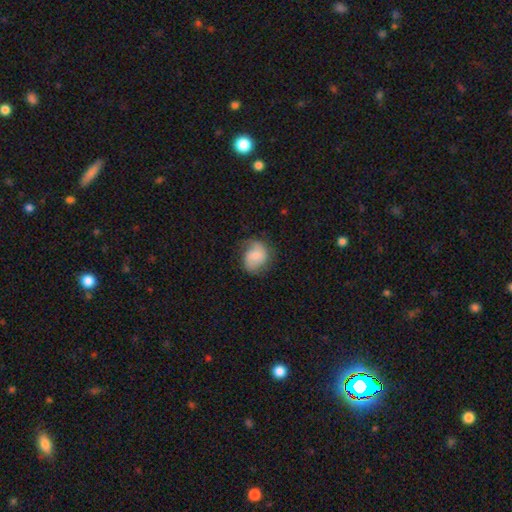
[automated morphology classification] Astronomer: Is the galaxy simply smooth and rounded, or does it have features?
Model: smooth — 59%.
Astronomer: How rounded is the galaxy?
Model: round — 61% (runner-up: in between, 38%).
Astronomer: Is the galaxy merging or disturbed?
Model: none — 59%.